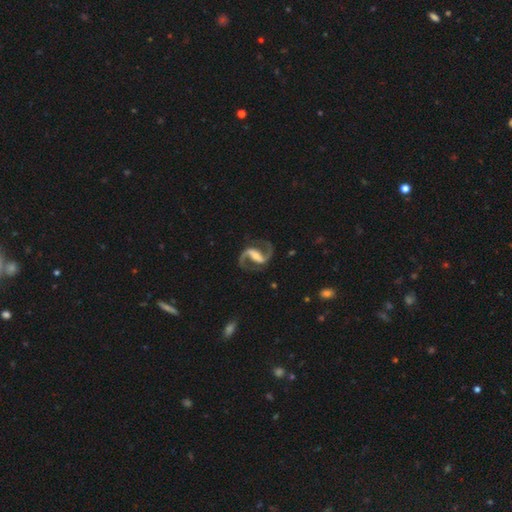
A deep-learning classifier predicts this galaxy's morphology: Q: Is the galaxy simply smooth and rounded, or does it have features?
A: featured or disk — 92%.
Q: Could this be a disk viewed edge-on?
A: no — 98%.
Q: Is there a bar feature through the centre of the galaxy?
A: strong — 60%.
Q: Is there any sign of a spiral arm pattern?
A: yes — 98%.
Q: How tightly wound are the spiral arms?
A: medium — 59%.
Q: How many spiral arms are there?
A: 2 — 94%.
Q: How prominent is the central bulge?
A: moderate — 36%.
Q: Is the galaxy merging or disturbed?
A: none — 80%.